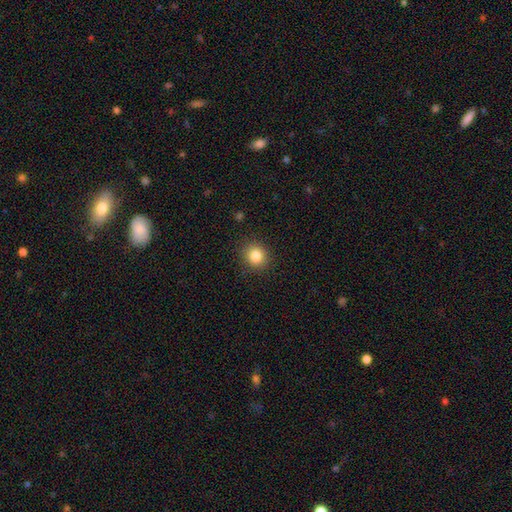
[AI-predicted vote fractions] Smooth or featured: smooth — 84% (star or artifact — 11%)
How rounded: round — 85% (in between — 14%)
Merging: none — 89% (minor disturbance — 7%)